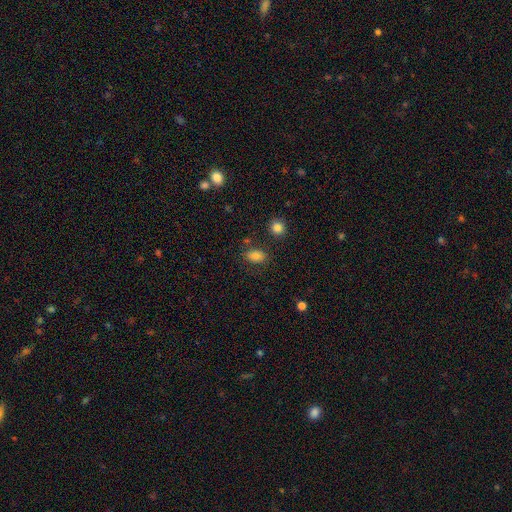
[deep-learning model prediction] Overall: smooth (82%). How rounded: in between (84%). Merging: none (78%).